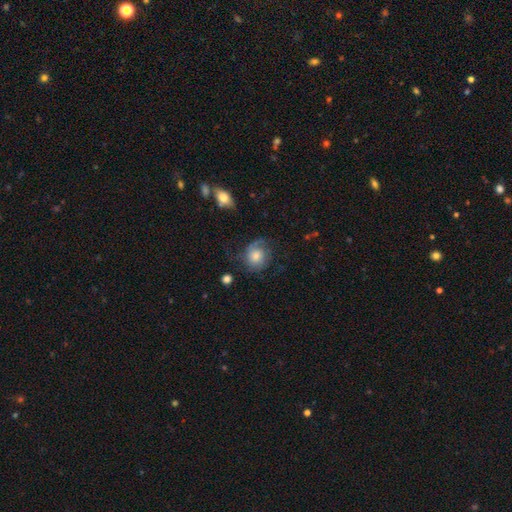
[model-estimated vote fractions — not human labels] This is possibly a featured or disk galaxy (49%). Merging: possibly none (58%).